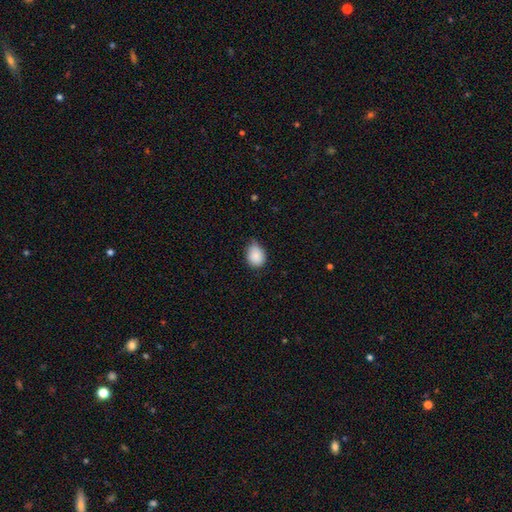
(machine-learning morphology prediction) smooth_or_featured: smooth (p=0.88) [alt: star or artifact p=0.08]
how_rounded: in between (p=0.55) [alt: round p=0.44]
merging: none (p=0.59) [alt: minor disturbance p=0.35]